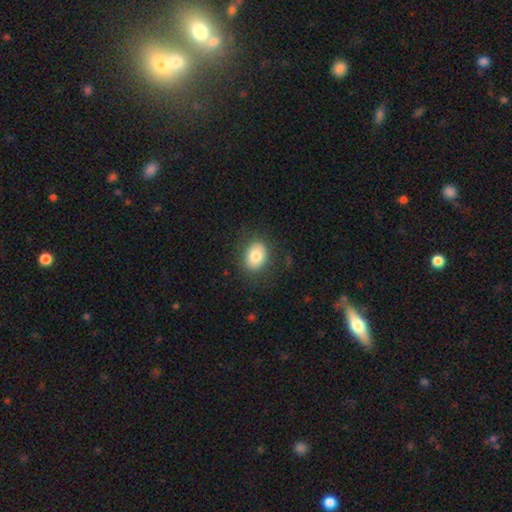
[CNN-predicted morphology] type=smooth (81%); roundness=in between (64%); merging=none (83%).